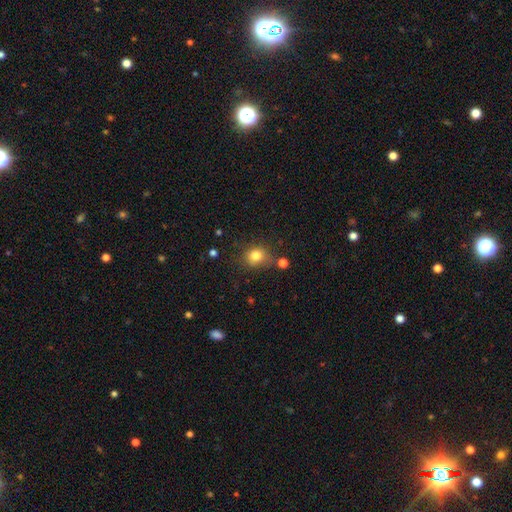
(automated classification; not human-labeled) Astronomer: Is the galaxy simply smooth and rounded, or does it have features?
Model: smooth — 80%.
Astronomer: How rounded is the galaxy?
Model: round — 71%.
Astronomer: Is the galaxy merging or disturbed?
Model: none — 71%.